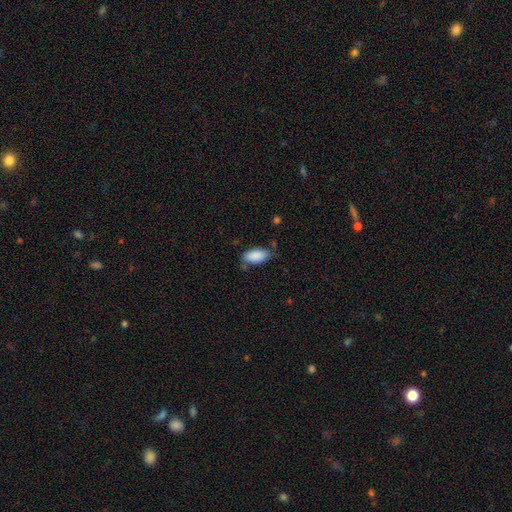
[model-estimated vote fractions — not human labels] This appears to be a smooth galaxy with no disk features (89%) that is in between round and cigar-shaped (93%). Merging: none (68%).